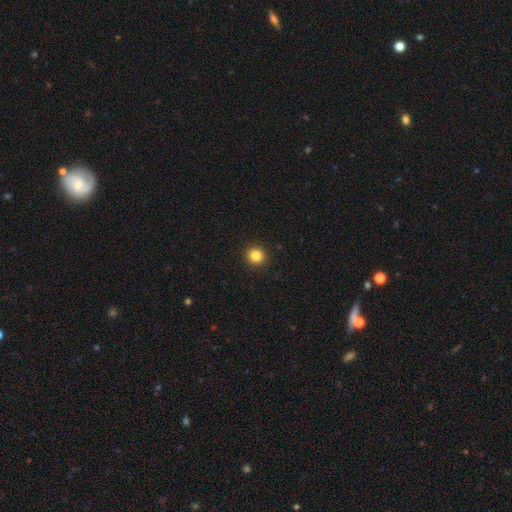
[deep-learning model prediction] This appears to be a smooth galaxy with no disk features (84%) that is round (92%). Merging: none (93%).